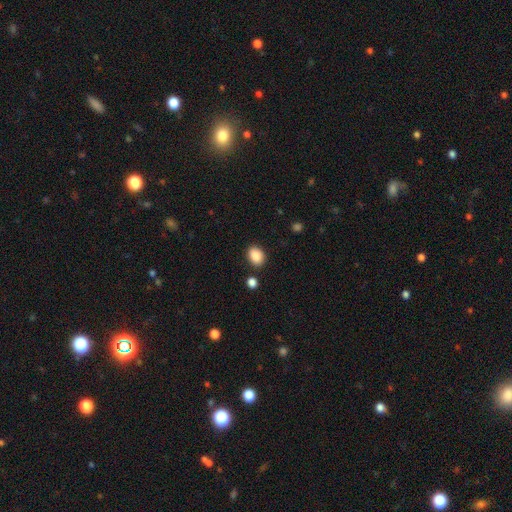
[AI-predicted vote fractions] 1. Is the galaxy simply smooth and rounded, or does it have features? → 88% smooth, 8% star or artifact, 4% featured or disk.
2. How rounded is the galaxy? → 70% in between, 29% round, 1% cigar-shaped.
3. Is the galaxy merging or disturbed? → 84% none, 10% minor disturbance, 4% merger, 3% major disturbance.